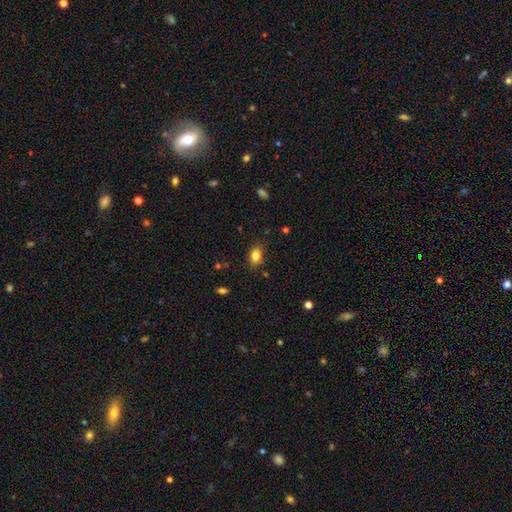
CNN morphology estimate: A smooth galaxy with no disk features (82%) that is in between round and cigar-shaped (75%).

Vote fractions:
- Smooth or featured? smooth: 82% / star or artifact: 10% / featured or disk: 7%
- How rounded? in between: 75% / round: 24% / cigar-shaped: 2%
- Merging? none: 81% / minor disturbance: 14% / major disturbance: 3% / merger: 2%